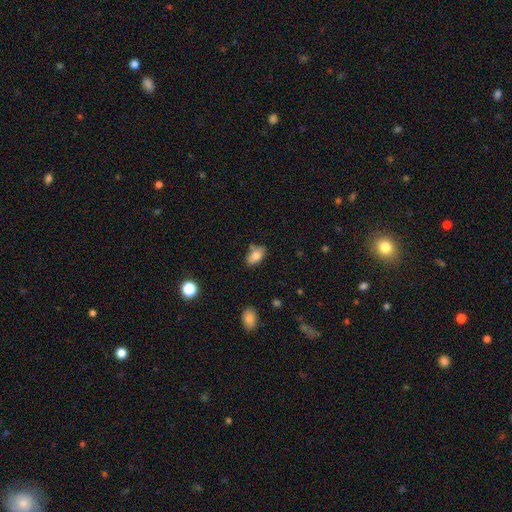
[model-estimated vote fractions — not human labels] A smooth galaxy with no disk features (81%) that is in between round and cigar-shaped (92%). Merging: none (75%).